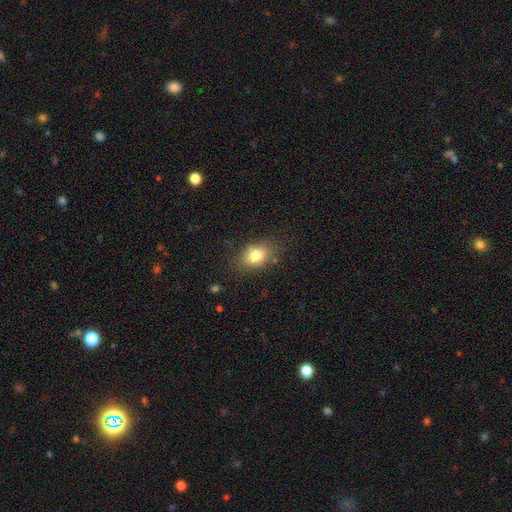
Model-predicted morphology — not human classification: This appears to be a smooth galaxy with no disk features (79%) that is in between round and cigar-shaped (73%). Merging: none (77%).